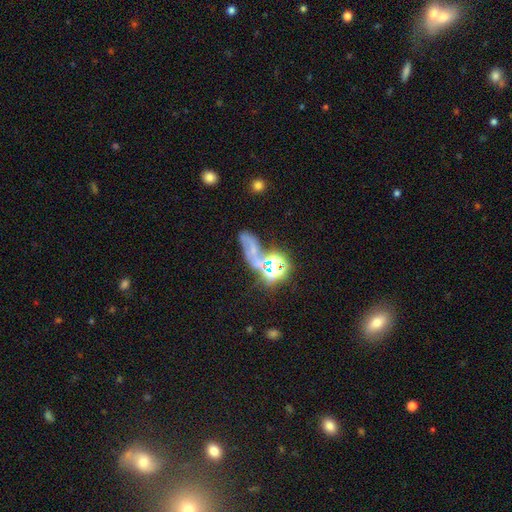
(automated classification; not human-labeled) Smooth or featured? Predicted: star or artifact (p=0.37).